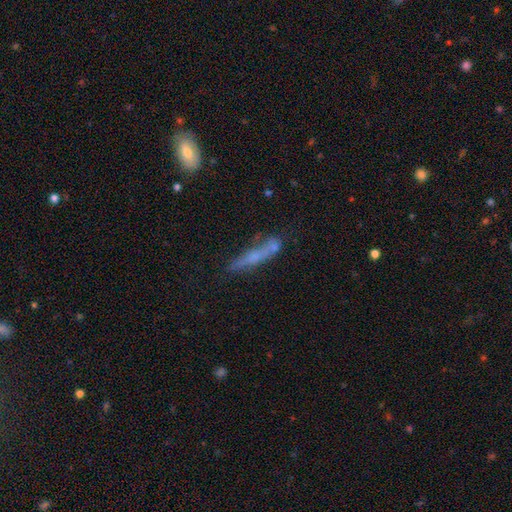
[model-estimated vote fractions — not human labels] Q: Smooth or featured?
A: smooth (46%); runner-up: featured or disk (43%)
Q: Merging?
A: none (56%); runner-up: minor disturbance (21%)